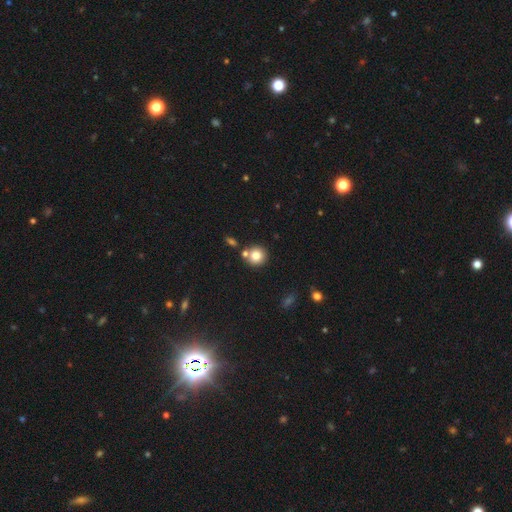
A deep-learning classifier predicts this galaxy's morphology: smooth_or_featured: smooth (p=0.80) [alt: star or artifact p=0.11]
how_rounded: round (p=0.90) [alt: in between p=0.09]
merging: none (p=0.68) [alt: merger p=0.21]